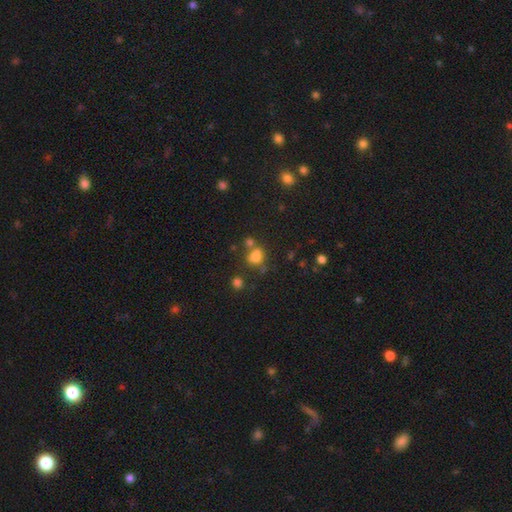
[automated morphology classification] A smooth galaxy with no disk features (72%) that is in between round and cigar-shaped (51%).

Vote fractions:
- Smooth or featured? smooth: 72% / star or artifact: 17% / featured or disk: 11%
- How rounded? in between: 51% / round: 47% / cigar-shaped: 1%
- Merging? none: 44% / merger: 32% / minor disturbance: 16% / major disturbance: 8%